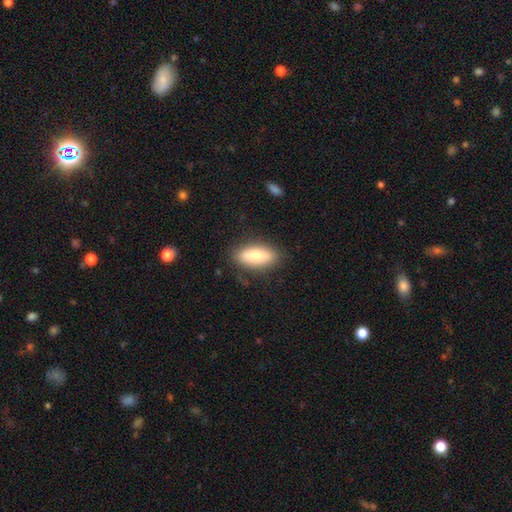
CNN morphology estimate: smooth_or_featured: smooth (p=0.78) [alt: featured or disk p=0.16]
how_rounded: in between (p=0.74) [alt: cigar-shaped p=0.24]
merging: none (p=0.83) [alt: minor disturbance p=0.12]